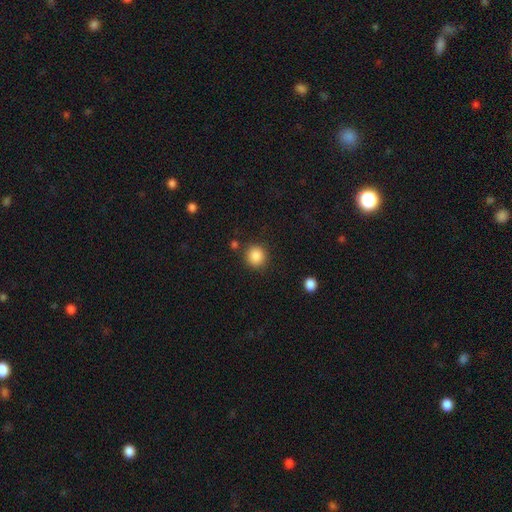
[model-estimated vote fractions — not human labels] This appears to be a smooth galaxy with no disk features (88%) that is round (90%). Merging: none (85%).